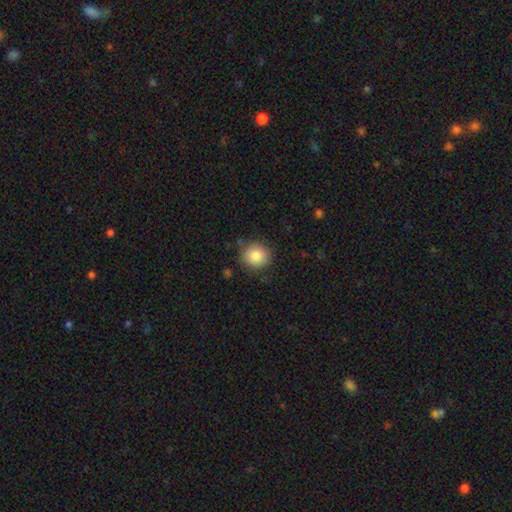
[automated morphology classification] smooth-or-featured: smooth: 85% | star or artifact: 9% | featured or disk: 6%
  how-rounded: round: 87% | in between: 12% | cigar-shaped: 1%
  merging: none: 82% | minor disturbance: 13% | major disturbance: 3% | merger: 2%